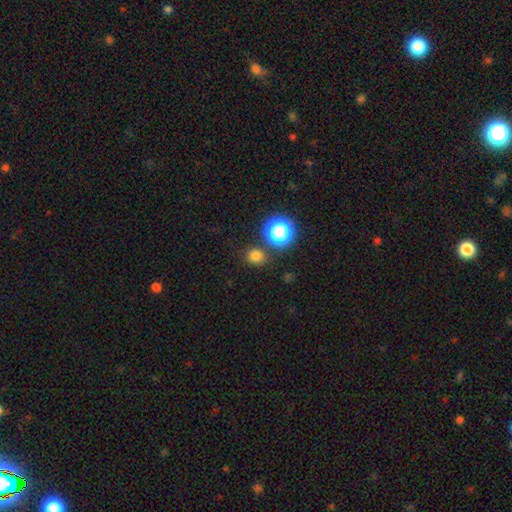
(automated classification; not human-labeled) Smooth or featured: smooth — 75% (star or artifact — 20%)
How rounded: round — 84% (in between — 15%)
Merging: none — 84% (minor disturbance — 7%)